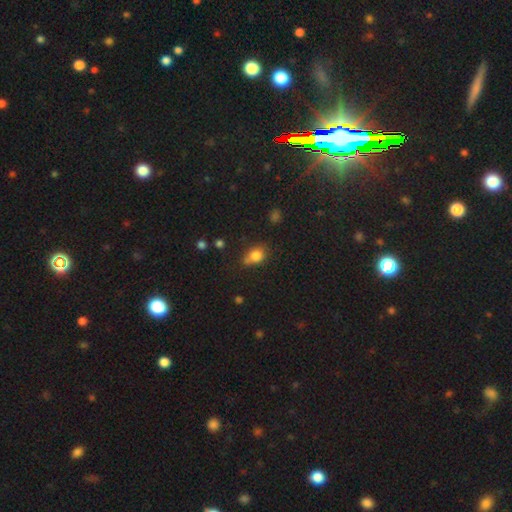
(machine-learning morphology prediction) This appears to be a smooth galaxy with no disk features (80%) that is in between round and cigar-shaped (51%). Merging: none (52%).